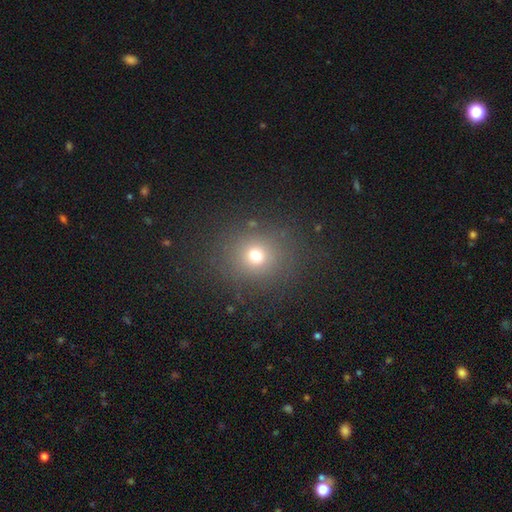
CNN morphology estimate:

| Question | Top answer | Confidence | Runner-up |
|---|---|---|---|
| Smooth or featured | smooth | 69% | star or artifact (21%) |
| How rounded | round | 82% | in between (17%) |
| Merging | none | 84% | minor disturbance (9%) |